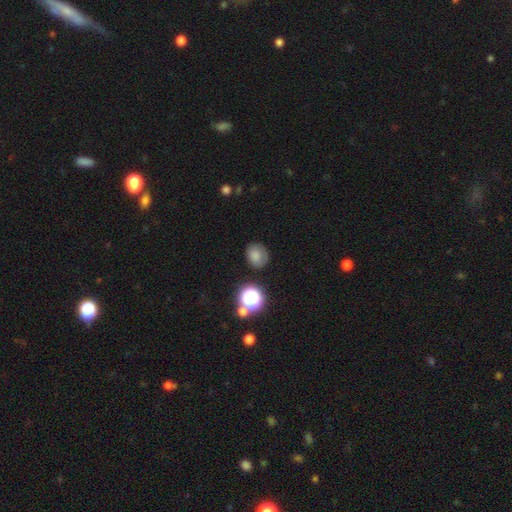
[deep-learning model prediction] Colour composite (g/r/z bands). It shows a smooth galaxy with no disk features (78%) that is round (61%). Merging: none (79%).